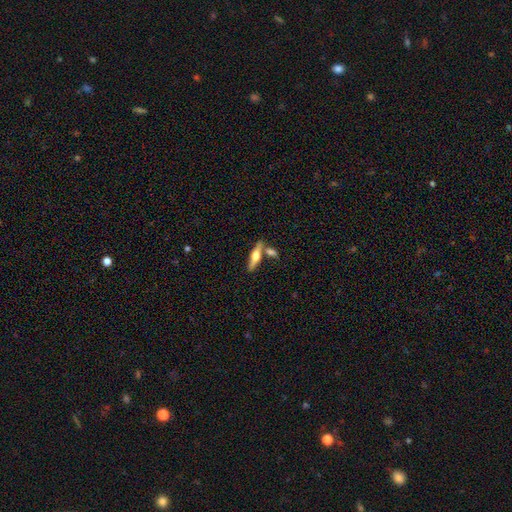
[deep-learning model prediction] A featured or disk galaxy (59%) viewed edge-on (94%) with a rounded central bulge (94%). Merging: none (67%).